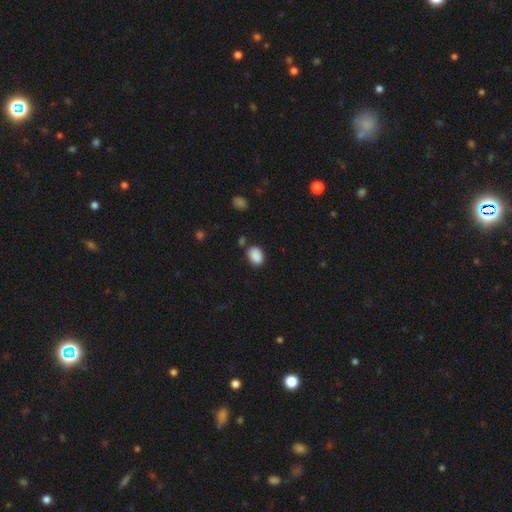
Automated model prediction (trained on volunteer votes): Q: Smooth or featured?
A: smooth (88%); runner-up: star or artifact (8%)
Q: How rounded?
A: in between (75%); runner-up: round (24%)
Q: Merging?
A: none (76%); runner-up: minor disturbance (15%)